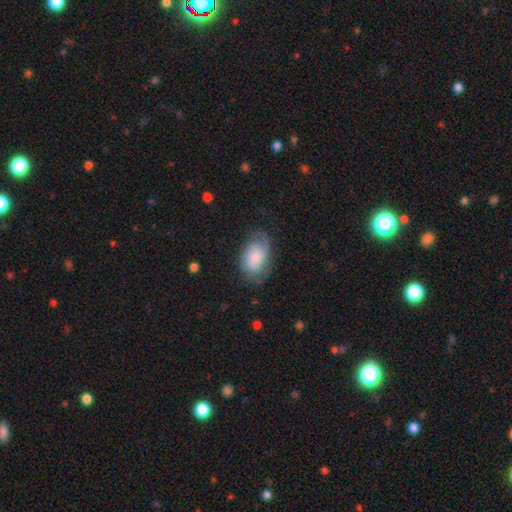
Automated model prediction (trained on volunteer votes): smooth_or_featured: smooth (p=0.67) [alt: featured or disk p=0.25]
how_rounded: in between (p=0.89) [alt: round p=0.09]
merging: none (p=0.65) [alt: minor disturbance p=0.25]